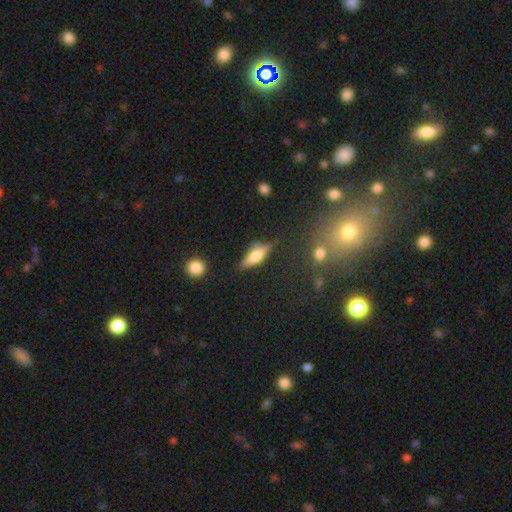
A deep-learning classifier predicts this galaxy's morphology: Smooth or featured? smooth (47%)
Merging? none (75%)